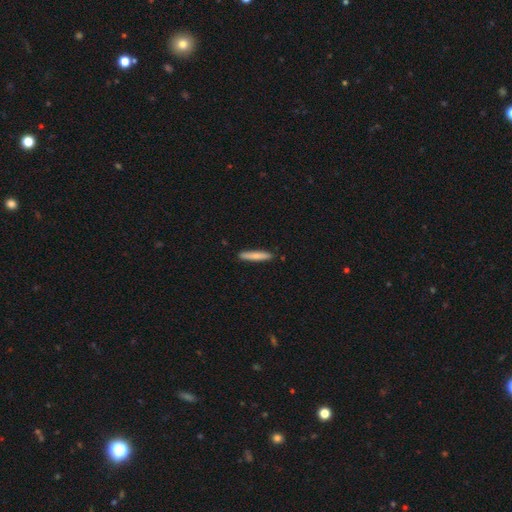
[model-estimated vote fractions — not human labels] smooth-or-featured: smooth: 78% | featured or disk: 17% | star or artifact: 5%
  how-rounded: cigar-shaped: 91% | in between: 7% | round: 1%
  merging: none: 89% | minor disturbance: 8% | major disturbance: 1% | merger: 1%